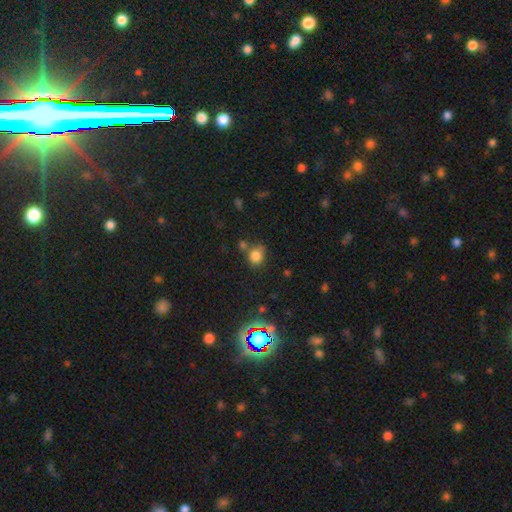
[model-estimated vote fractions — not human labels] Smooth or featured: smooth — 79% (star or artifact — 15%)
How rounded: round — 76% (in between — 23%)
Merging: none — 59% (merger — 18%)